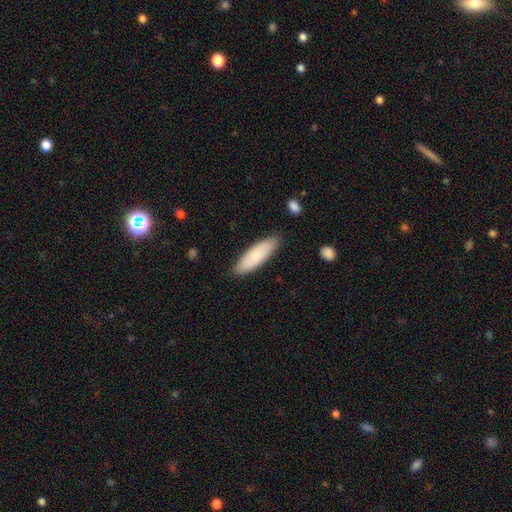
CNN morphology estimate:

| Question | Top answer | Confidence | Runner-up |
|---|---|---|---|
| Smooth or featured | smooth | 78% | featured or disk (16%) |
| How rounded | in between | 50% | cigar-shaped (48%) |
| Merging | none | 84% | minor disturbance (12%) |